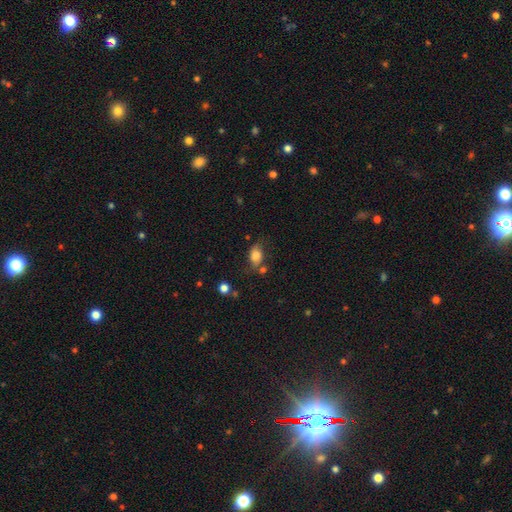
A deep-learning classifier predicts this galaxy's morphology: smooth-or-featured: smooth: 75% | featured or disk: 15% | star or artifact: 10%
  how-rounded: in between: 76% | round: 22% | cigar-shaped: 2%
  merging: none: 52% | minor disturbance: 28% | major disturbance: 12% | merger: 9%